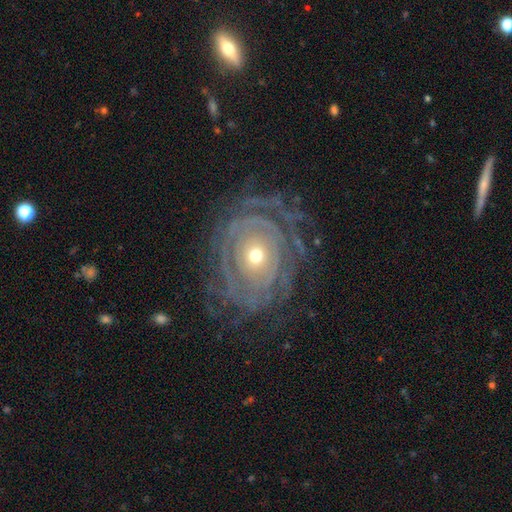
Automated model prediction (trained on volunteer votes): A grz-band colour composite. It shows a featured or disk galaxy (83%) with no bar (83%), tight (73%) spiral arms (84%) and a small central bulge (54%). Merging: none (67%).